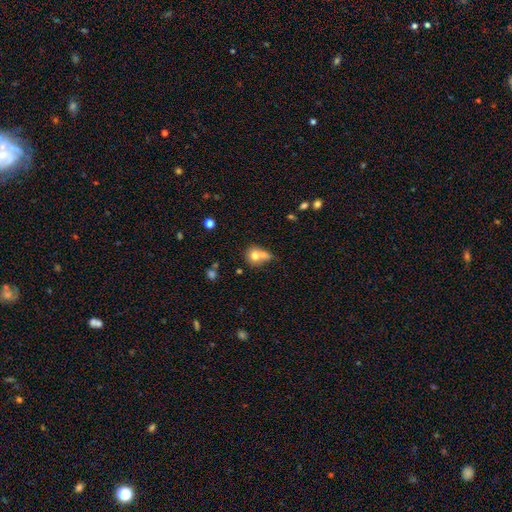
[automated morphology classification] smooth-or-featured: smooth: 73% | featured or disk: 16% | star or artifact: 10%
  how-rounded: round: 72% | in between: 27% | cigar-shaped: 1%
  merging: merger: 47% | none: 32% | minor disturbance: 13% | major disturbance: 8%